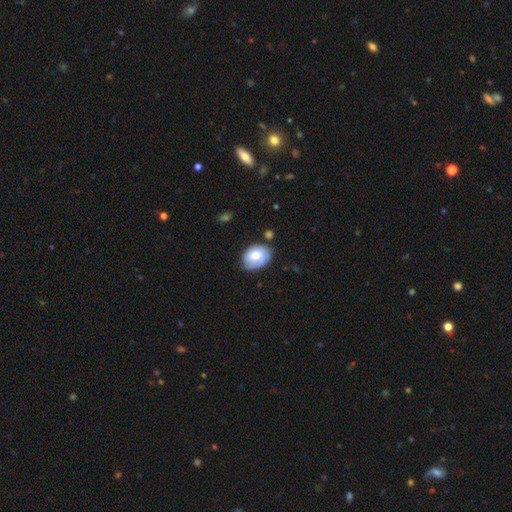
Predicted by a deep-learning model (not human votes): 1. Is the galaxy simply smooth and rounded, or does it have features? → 60% smooth, 33% featured or disk, 7% star or artifact.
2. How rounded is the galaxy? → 72% in between, 27% round, 1% cigar-shaped.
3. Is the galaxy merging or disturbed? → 59% none, 29% minor disturbance, 8% major disturbance, 4% merger.